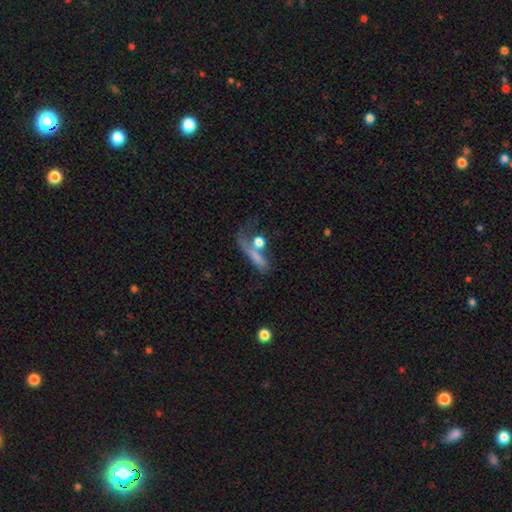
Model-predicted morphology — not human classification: Smooth or featured? smooth (54%)
How rounded? cigar-shaped (49%)
Merging? none (35%)